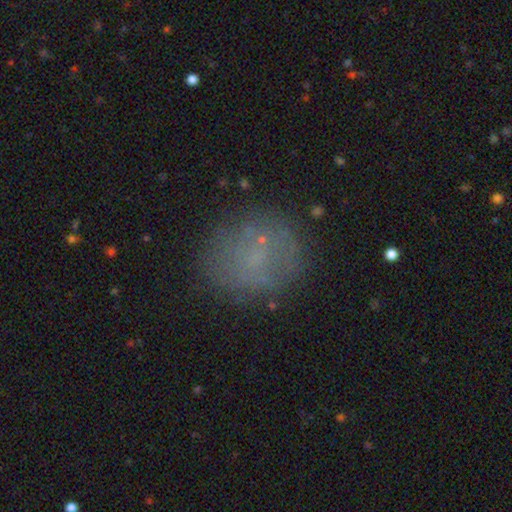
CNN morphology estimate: Smooth or featured? smooth (60%)
How rounded? round (78%)
Merging? none (79%)